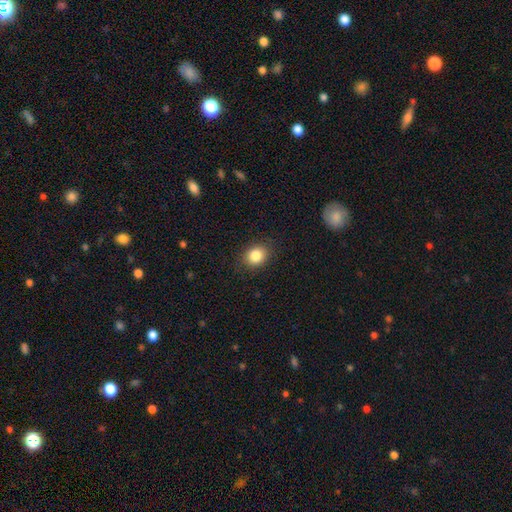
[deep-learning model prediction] smooth_or_featured: smooth (p=0.84) [alt: star or artifact p=0.10]
how_rounded: round (p=0.55) [alt: in between p=0.44]
merging: none (p=0.87) [alt: minor disturbance p=0.09]